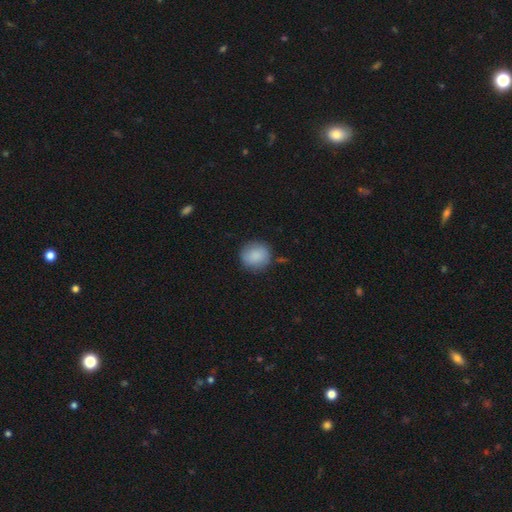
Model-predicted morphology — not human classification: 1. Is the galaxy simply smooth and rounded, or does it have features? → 87% smooth, 7% star or artifact, 6% featured or disk.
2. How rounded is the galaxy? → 87% round, 12% in between, 1% cigar-shaped.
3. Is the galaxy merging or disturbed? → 80% none, 14% minor disturbance, 4% major disturbance, 2% merger.